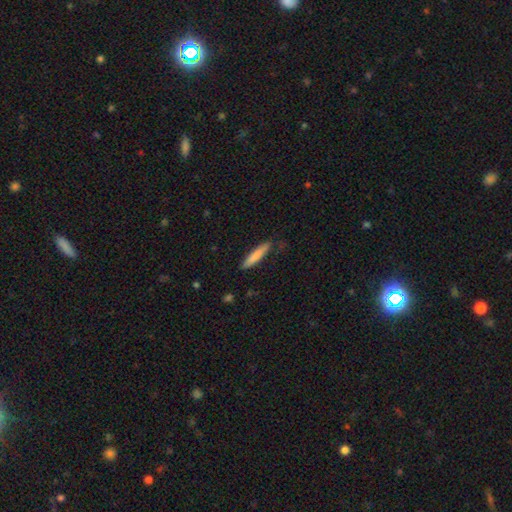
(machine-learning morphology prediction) A smooth galaxy with no disk features (78%) that is cigar-shaped (88%). Merging: none (83%).